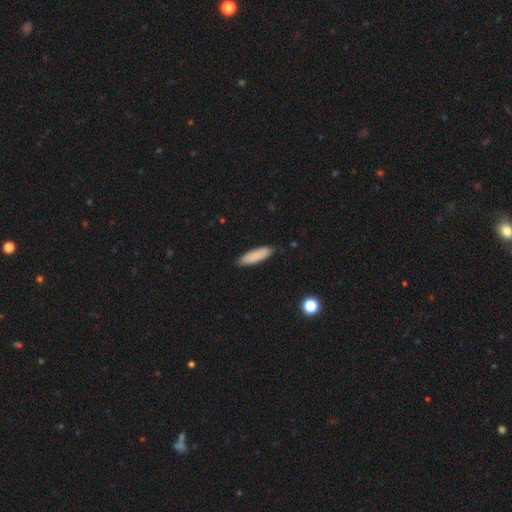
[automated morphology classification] Smooth or featured? Predicted: smooth (p=0.88). How rounded? Predicted: cigar-shaped (p=0.58). Merging? Predicted: none (p=0.88).